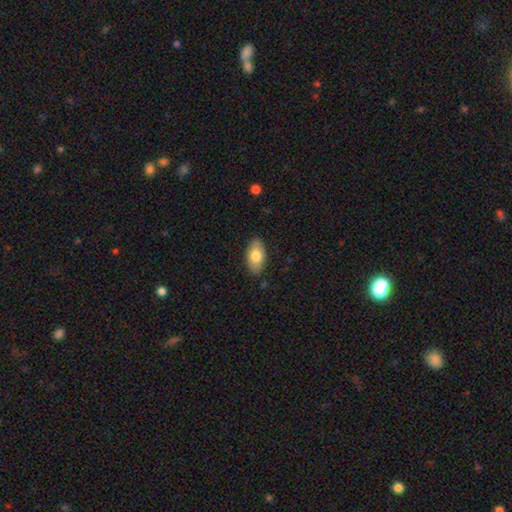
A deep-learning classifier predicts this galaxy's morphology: Smooth or featured: smooth — 78% (featured or disk — 16%)
How rounded: in between — 94% (round — 3%)
Merging: none — 85% (minor disturbance — 12%)